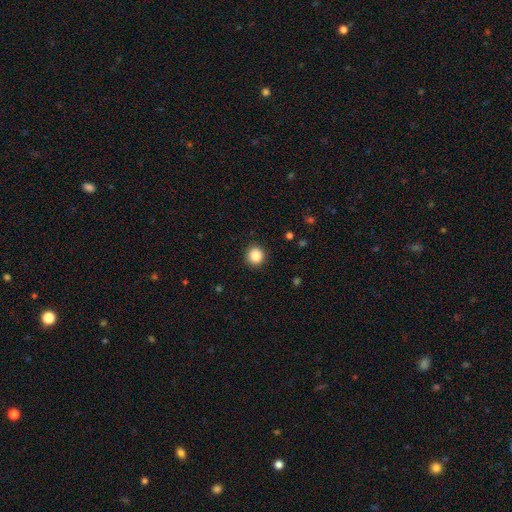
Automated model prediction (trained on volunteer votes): Morphology: type=smooth (86%); roundness=round (94%); merging=none (92%).